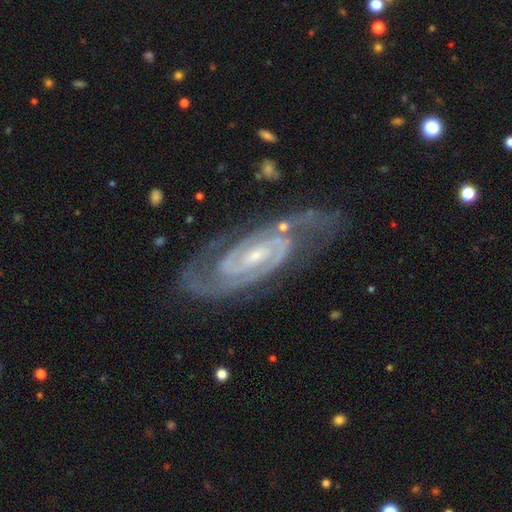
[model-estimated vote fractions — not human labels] smooth_or_featured: featured or disk (p=0.92) [alt: star or artifact p=0.05]
disk_edge_on: no (p=0.96) [alt: yes p=0.04]
bar: weak (p=0.45) [alt: no p=0.31]
has_spiral_arms: yes (p=0.98) [alt: no p=0.02]
spiral_winding: tight (p=0.63) [alt: medium p=0.32]
spiral_arm_count: 2 (p=0.83) [alt: 3 p=0.06]
bulge_size: small (p=0.67) [alt: moderate p=0.27]
merging: none (p=0.74) [alt: minor disturbance p=0.17]